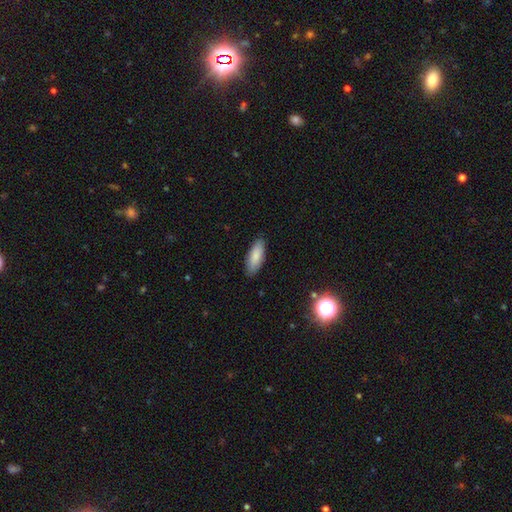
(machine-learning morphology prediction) Smooth or featured?
  - smooth: 85% *
  - featured or disk: 9%
  - star or artifact: 6%
How rounded?
  - in between: 72% *
  - cigar-shaped: 26%
  - round: 2%
Merging?
  - none: 87% *
  - minor disturbance: 10%
  - major disturbance: 2%
  - merger: 1%